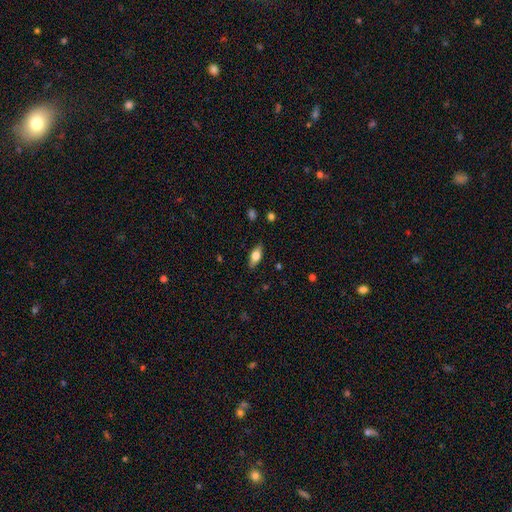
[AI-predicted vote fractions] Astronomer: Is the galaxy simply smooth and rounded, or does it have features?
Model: smooth — 59% (runner-up: featured or disk, 34%).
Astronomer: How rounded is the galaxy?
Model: in between — 75%.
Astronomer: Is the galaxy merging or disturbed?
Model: none — 86%.